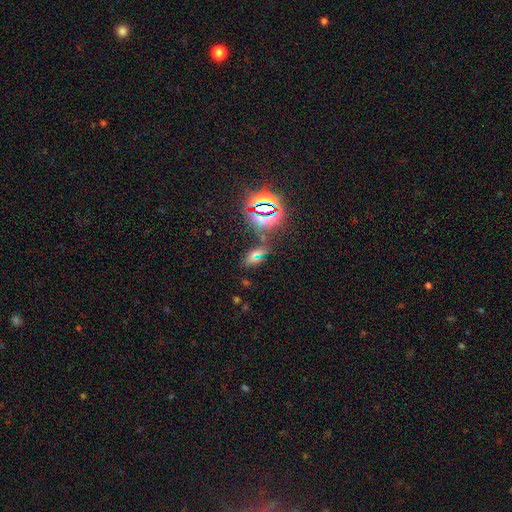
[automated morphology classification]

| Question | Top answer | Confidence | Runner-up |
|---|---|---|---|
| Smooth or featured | star or artifact | 47% | smooth (40%) |